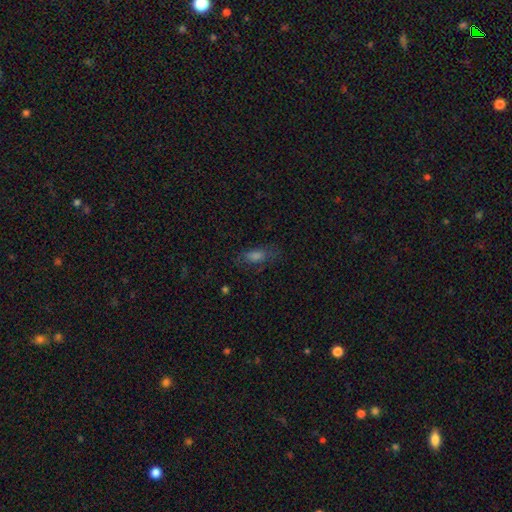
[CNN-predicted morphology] smooth 60%, star or artifact 20%, featured or disk 20%. Down the decision tree: how rounded — in between (72%); merging — none (68%).